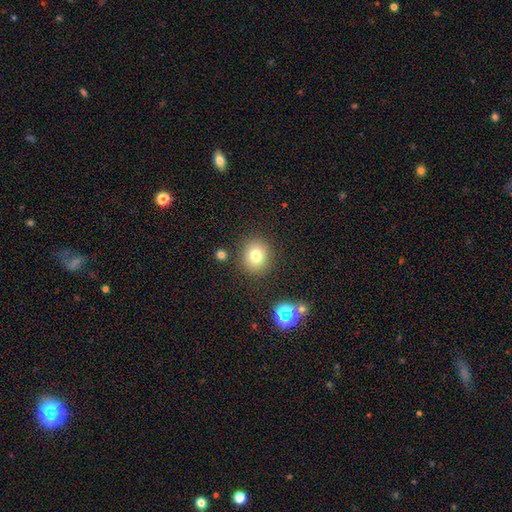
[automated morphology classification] Q: Smooth or featured?
A: smooth (77%); runner-up: star or artifact (14%)
Q: How rounded?
A: round (85%); runner-up: in between (14%)
Q: Merging?
A: none (86%); runner-up: minor disturbance (8%)